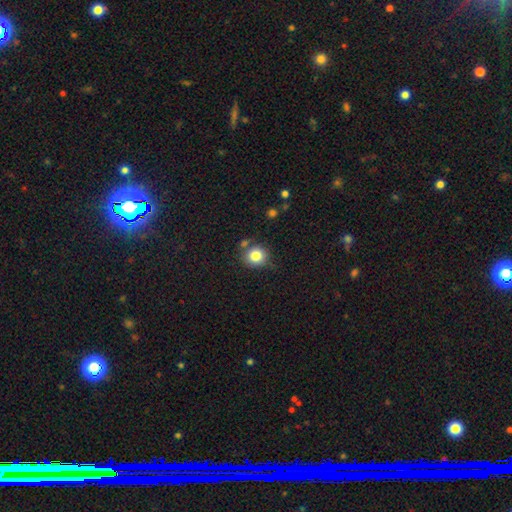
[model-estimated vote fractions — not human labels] Smooth or featured: smooth — 82% (star or artifact — 10%)
How rounded: round — 85% (in between — 14%)
Merging: none — 71% (minor disturbance — 15%)